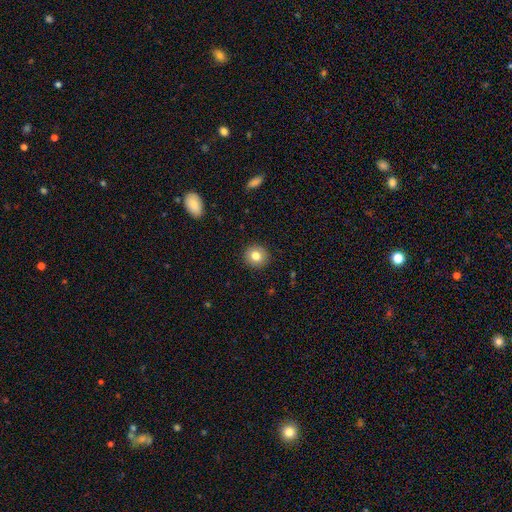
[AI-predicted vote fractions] Smooth or featured? smooth (81%)
How rounded? round (91%)
Merging? none (91%)